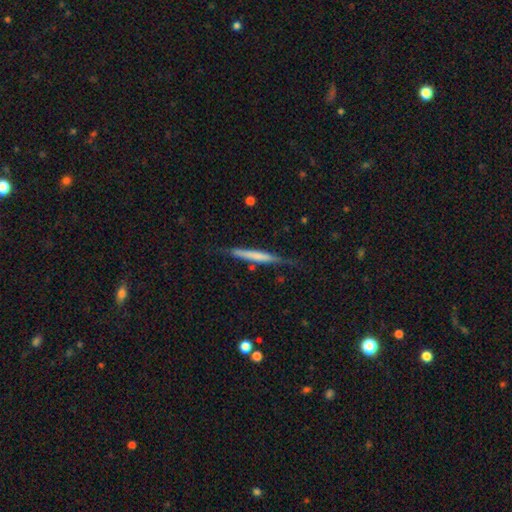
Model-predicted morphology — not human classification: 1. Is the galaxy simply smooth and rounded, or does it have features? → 53% smooth, 41% featured or disk, 5% star or artifact.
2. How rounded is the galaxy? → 95% cigar-shaped, 3% in between, 1% round.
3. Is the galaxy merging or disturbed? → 74% none, 19% minor disturbance, 4% major disturbance, 2% merger.